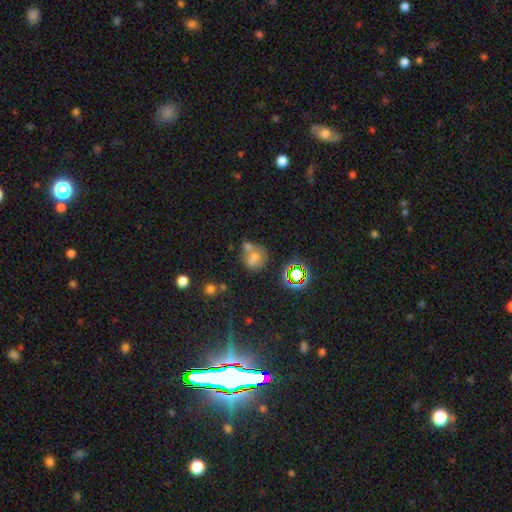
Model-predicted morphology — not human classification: Smooth or featured?
  - smooth: 55% *
  - star or artifact: 25%
  - featured or disk: 19%
How rounded?
  - round: 61% *
  - in between: 38%
  - cigar-shaped: 2%
Merging?
  - merger: 40% *
  - none: 37%
  - minor disturbance: 14%
  - major disturbance: 9%